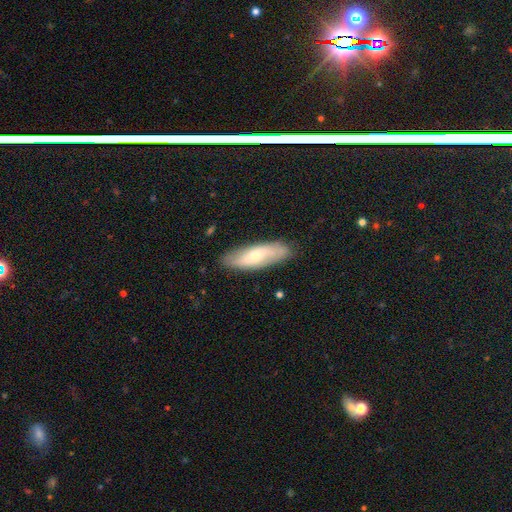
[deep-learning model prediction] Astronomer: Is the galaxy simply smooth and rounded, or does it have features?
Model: smooth — 51% (runner-up: featured or disk, 42%).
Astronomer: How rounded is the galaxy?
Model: in between — 56% (runner-up: cigar-shaped, 42%).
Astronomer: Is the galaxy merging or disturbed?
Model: none — 83%.